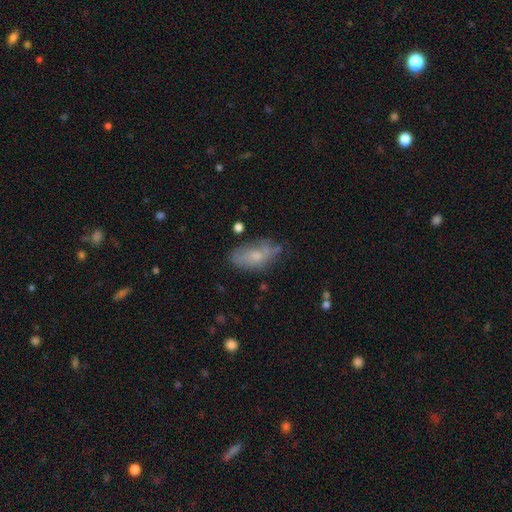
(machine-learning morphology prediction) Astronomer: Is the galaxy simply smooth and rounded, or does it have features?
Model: smooth — 54% (runner-up: featured or disk, 36%).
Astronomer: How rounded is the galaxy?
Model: in between — 90%.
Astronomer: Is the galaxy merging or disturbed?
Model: none — 55%.